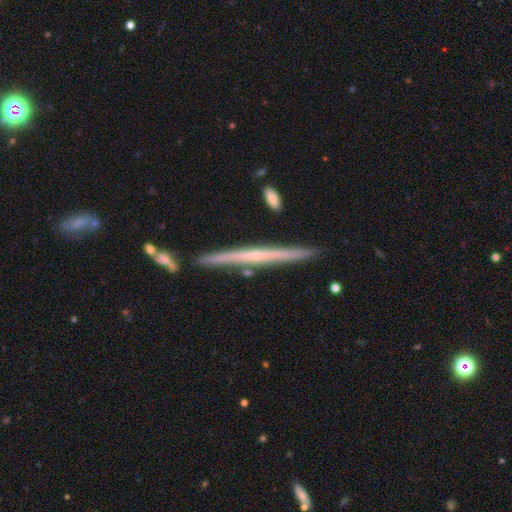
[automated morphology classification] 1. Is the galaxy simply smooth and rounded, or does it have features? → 68% featured or disk, 26% smooth, 6% star or artifact.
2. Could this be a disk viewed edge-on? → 98% yes, 2% no.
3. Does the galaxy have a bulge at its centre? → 71% none, 24% rounded, 5% boxy.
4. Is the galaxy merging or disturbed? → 87% none, 8% minor disturbance, 4% merger, 2% major disturbance.